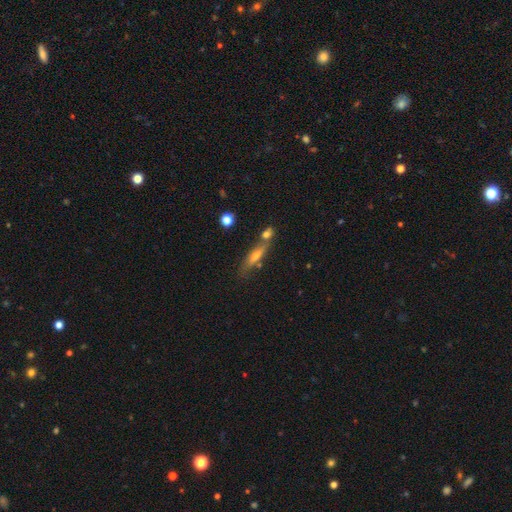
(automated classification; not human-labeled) Smooth or featured: featured or disk — 49% (smooth — 40%)
Merging: none — 58% (merger — 22%)